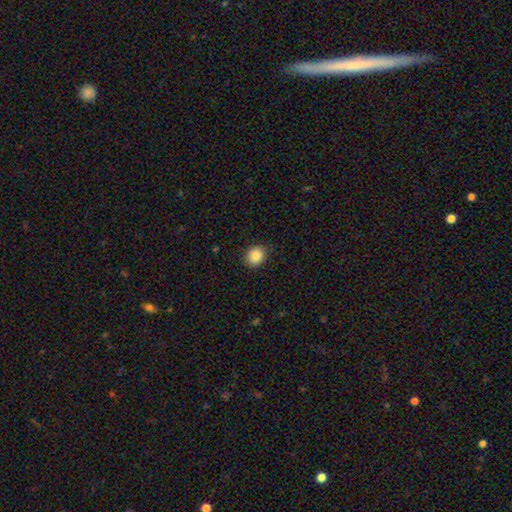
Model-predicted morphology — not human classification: smooth_or_featured: smooth (p=0.87) [alt: star or artifact p=0.09]
how_rounded: round (p=0.73) [alt: in between p=0.27]
merging: none (p=0.89) [alt: minor disturbance p=0.08]